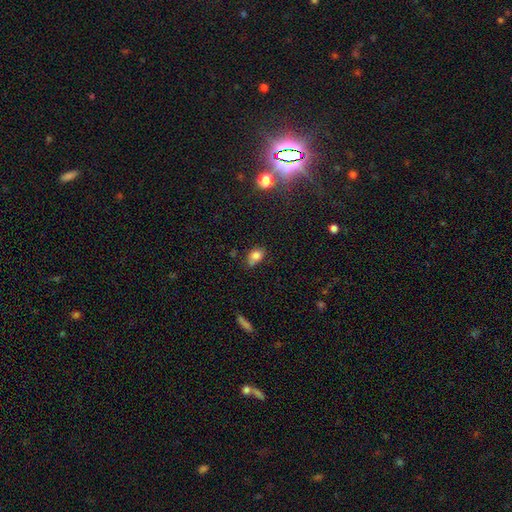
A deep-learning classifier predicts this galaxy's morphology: Smooth or featured?
  - smooth: 80% *
  - star or artifact: 11%
  - featured or disk: 9%
How rounded?
  - in between: 75% *
  - round: 23%
  - cigar-shaped: 2%
Merging?
  - none: 53% *
  - minor disturbance: 31%
  - merger: 8%
  - major disturbance: 7%